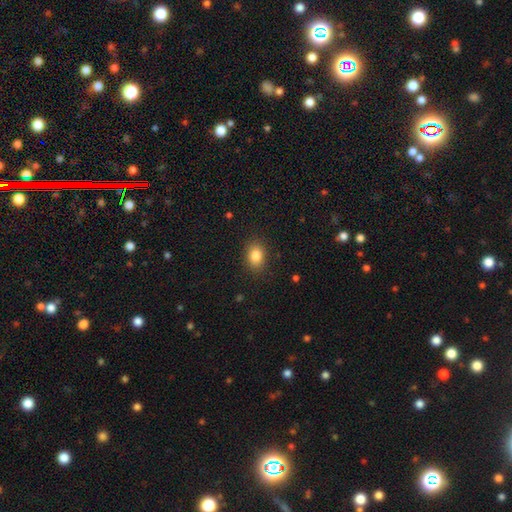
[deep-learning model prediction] A smooth galaxy with no disk features (85%) that is in between round and cigar-shaped (69%). Merging: none (87%).